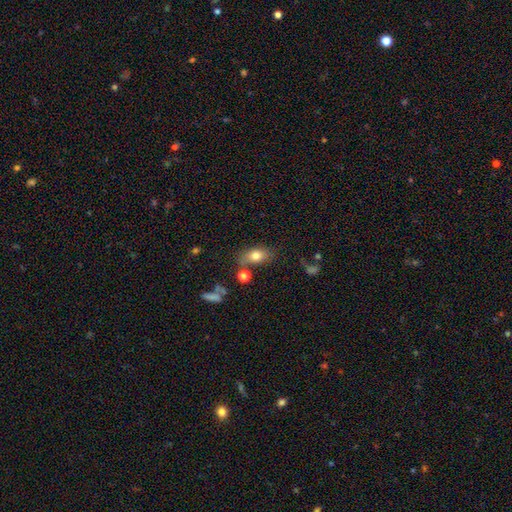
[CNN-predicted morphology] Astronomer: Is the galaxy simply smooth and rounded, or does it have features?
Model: smooth — 76%.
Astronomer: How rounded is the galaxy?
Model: in between — 83%.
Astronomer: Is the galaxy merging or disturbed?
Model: none — 65%.